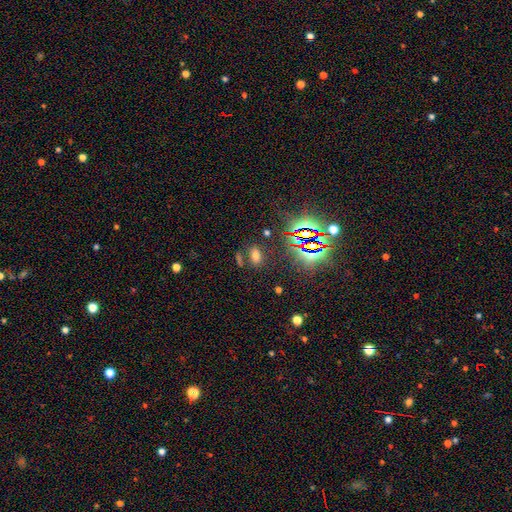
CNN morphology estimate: This is possibly a smooth galaxy (57%). How rounded: clearly in between (85%). Merging: likely none (74%).